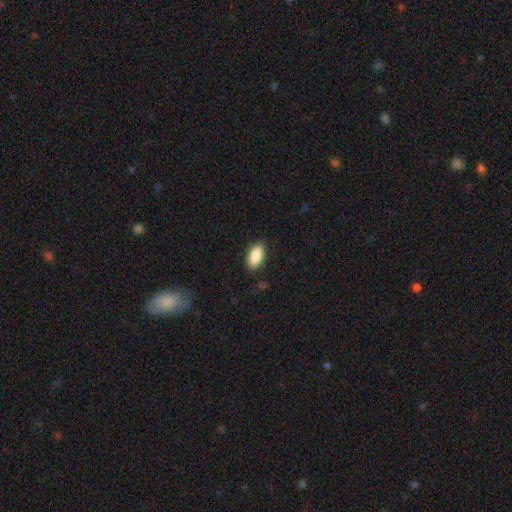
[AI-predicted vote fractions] smooth-or-featured: smooth: 89% | star or artifact: 6% | featured or disk: 5%
  how-rounded: in between: 92% | cigar-shaped: 6% | round: 2%
  merging: none: 86% | minor disturbance: 11% | major disturbance: 2% | merger: 1%